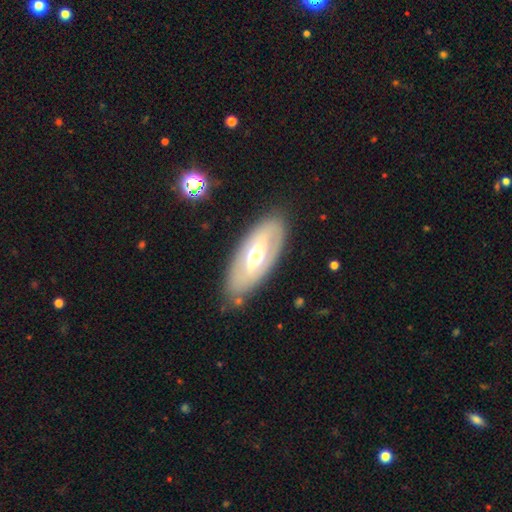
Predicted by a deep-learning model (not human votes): A featured or disk galaxy (57%). Merging: none (82%).